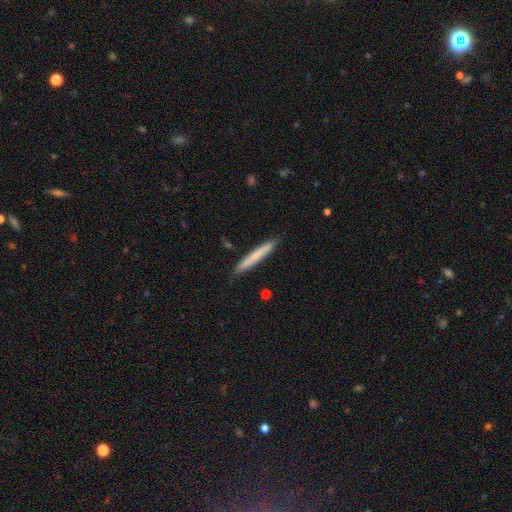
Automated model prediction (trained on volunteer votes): smooth_or_featured: smooth (p=0.69) [alt: featured or disk p=0.26]
how_rounded: cigar-shaped (p=0.96) [alt: in between p=0.02]
merging: none (p=0.88) [alt: minor disturbance p=0.09]